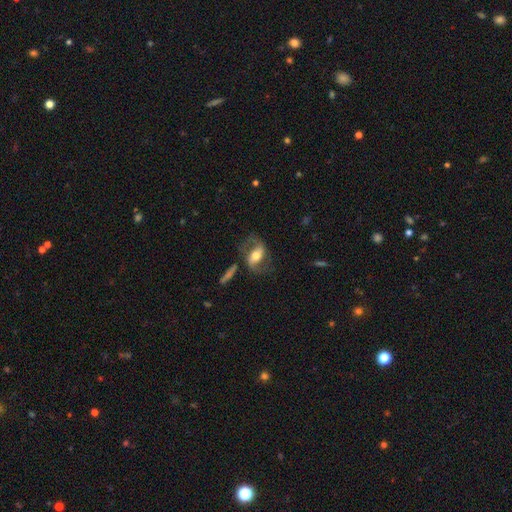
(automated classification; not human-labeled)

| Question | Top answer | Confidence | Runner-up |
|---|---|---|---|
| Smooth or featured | featured or disk | 75% | smooth (19%) |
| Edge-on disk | no | 93% | yes (7%) |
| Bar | strong | 40% | weak (35%) |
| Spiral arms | yes | 88% | no (12%) |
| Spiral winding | loose | 46% | medium (42%) |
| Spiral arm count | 2 | 89% | can't tell (5%) |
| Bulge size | moderate | 66% | large (17%) |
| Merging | none | 65% | minor disturbance (16%) |